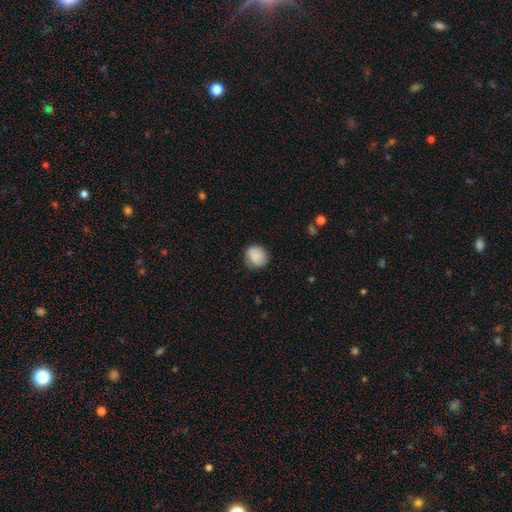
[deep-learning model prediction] A smooth galaxy with no disk features (83%) that is round (82%).

Vote fractions:
- Smooth or featured? smooth: 83% / featured or disk: 10% / star or artifact: 7%
- How rounded? round: 82% / in between: 17% / cigar-shaped: 1%
- Merging? none: 77% / minor disturbance: 18% / major disturbance: 4% / merger: 1%